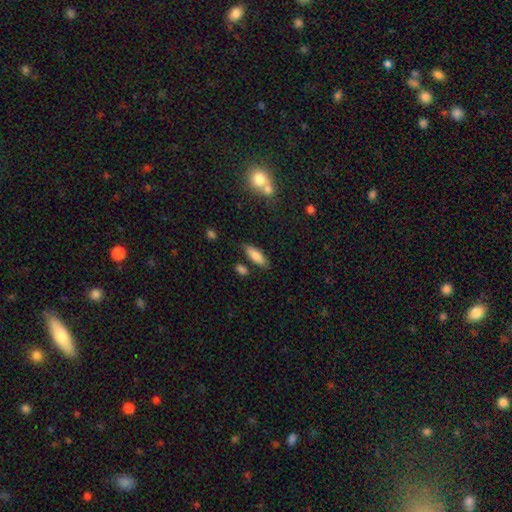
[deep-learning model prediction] smooth 83%, featured or disk 10%, star or artifact 7%. Down the decision tree: how rounded — in between (65%); merging — none (78%).